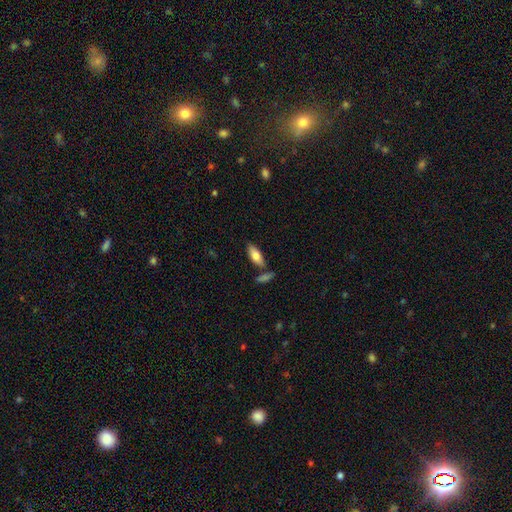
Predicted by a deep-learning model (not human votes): This appears to be a smooth galaxy with no disk features (77%) that is in between round and cigar-shaped (79%). Merging: none (74%).